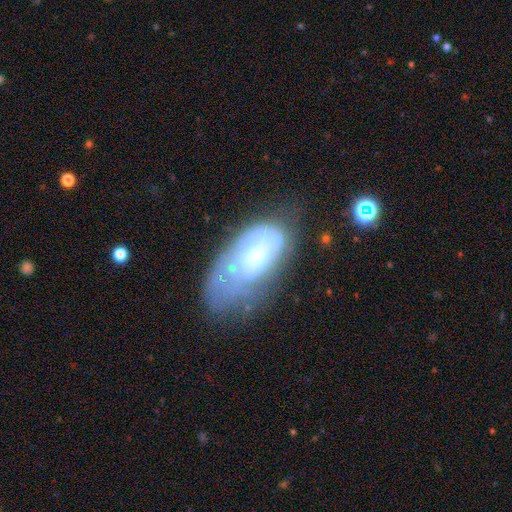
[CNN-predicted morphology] Overall: featured or disk (61%; smooth 30%). Edge-on disk: no (94%). Bar: no (61%; weak 32%). Spiral arms: yes (58%; no 42%). Bulge size: moderate (41%; small 34%). Merging: none (43%; minor disturbance 29%).